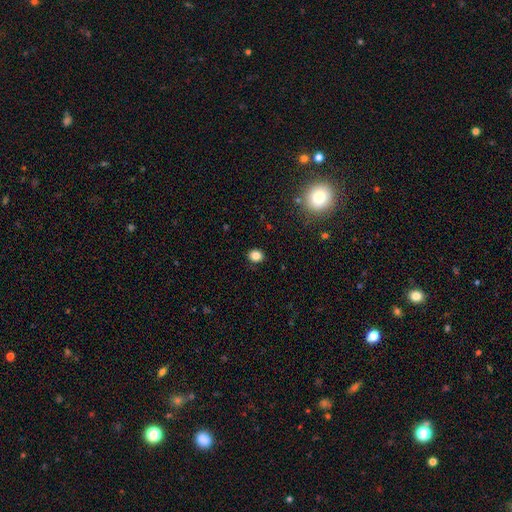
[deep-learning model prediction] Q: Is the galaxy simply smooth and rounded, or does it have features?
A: smooth — 83%.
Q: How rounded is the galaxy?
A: round — 67%.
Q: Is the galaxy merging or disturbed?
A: none — 89%.